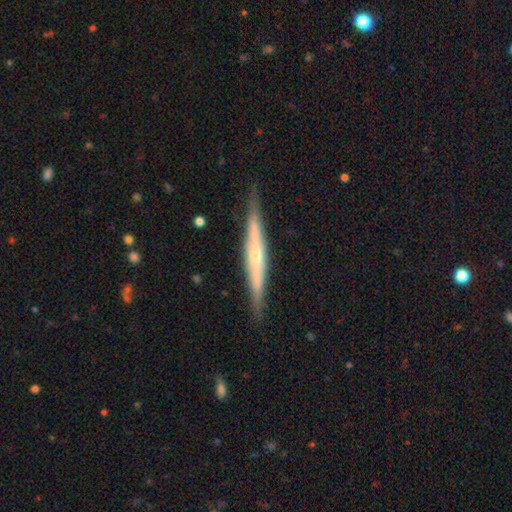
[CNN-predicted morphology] Q: Smooth or featured?
A: featured or disk (72%); runner-up: smooth (23%)
Q: Edge-on disk?
A: yes (96%); runner-up: no (4%)
Q: Edge-on bulge?
A: rounded (69%); runner-up: none (21%)
Q: Merging?
A: none (87%); runner-up: minor disturbance (10%)